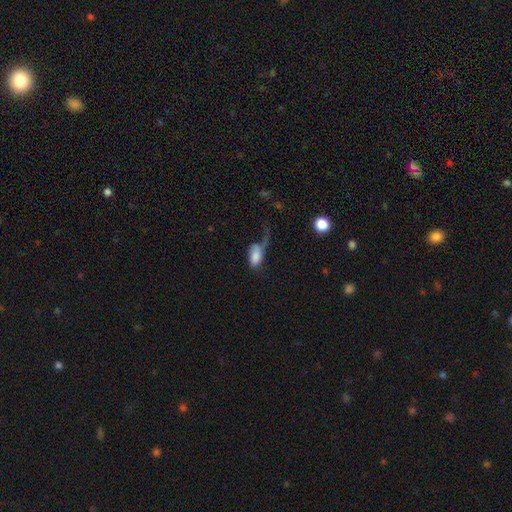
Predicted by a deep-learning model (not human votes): Smooth or featured?
  - smooth: 75% *
  - featured or disk: 17%
  - star or artifact: 8%
How rounded?
  - in between: 91% *
  - round: 5%
  - cigar-shaped: 4%
Merging?
  - major disturbance: 50% *
  - none: 21%
  - minor disturbance: 20%
  - merger: 9%